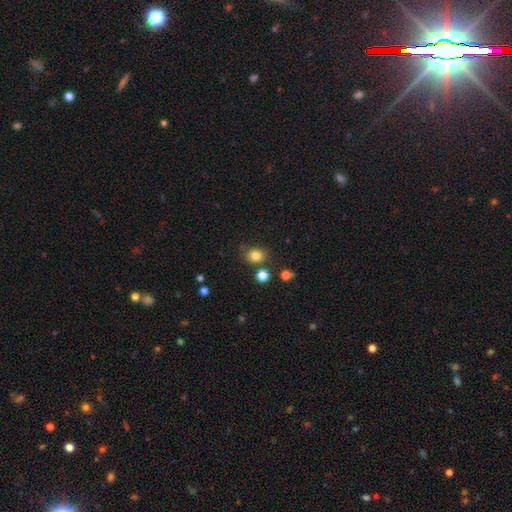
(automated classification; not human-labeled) smooth 81%, star or artifact 13%, featured or disk 6%. Down the decision tree: how rounded — round (67%); merging — none (75%).